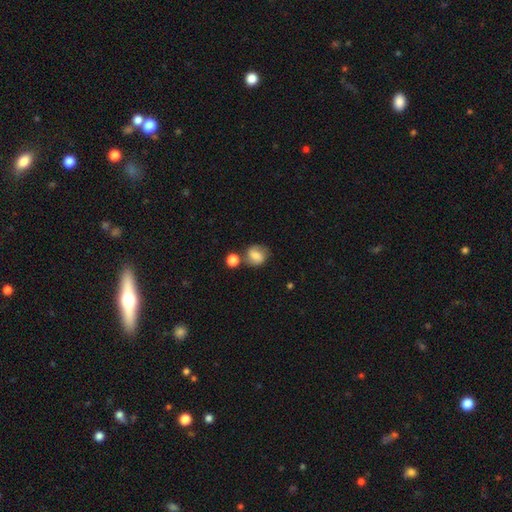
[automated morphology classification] Q: Smooth or featured?
A: smooth (63%); runner-up: featured or disk (27%)
Q: How rounded?
A: round (72%); runner-up: in between (26%)
Q: Merging?
A: none (62%); runner-up: merger (17%)